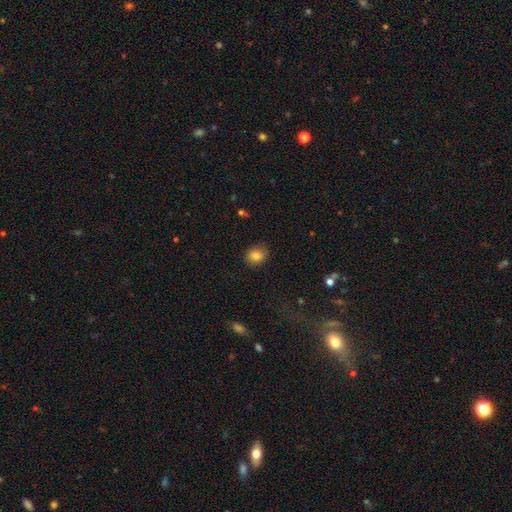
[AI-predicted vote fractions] smooth_or_featured: smooth (p=0.84) [alt: star or artifact p=0.10]
how_rounded: round (p=0.57) [alt: in between p=0.42]
merging: none (p=0.81) [alt: minor disturbance p=0.15]